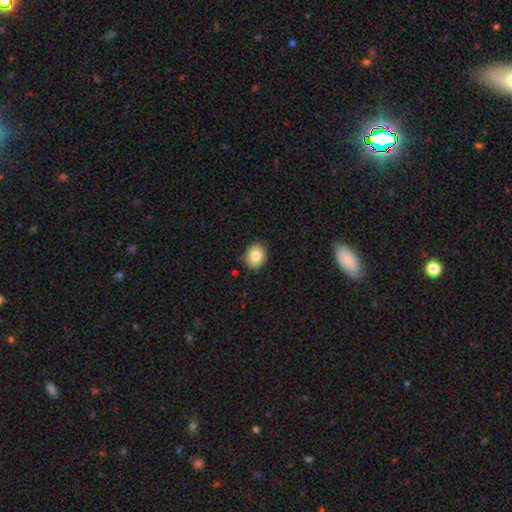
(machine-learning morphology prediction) This is clearly a smooth galaxy (81%). How rounded: likely round (64%). Merging: clearly none (86%).